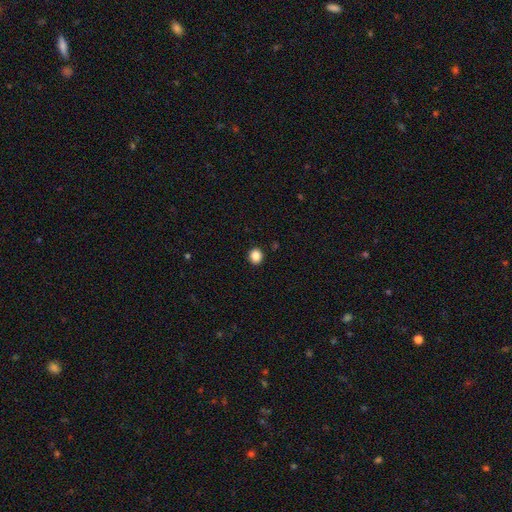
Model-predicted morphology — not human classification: Overall: smooth (87%). How rounded: round (80%). Merging: none (92%).